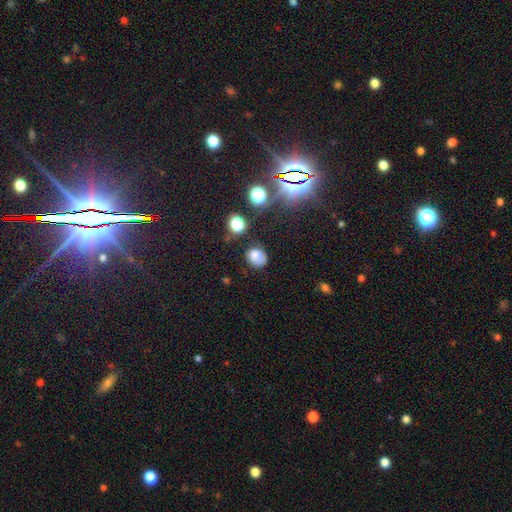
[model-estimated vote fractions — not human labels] A smooth galaxy with no disk features (74%) that is round (53%). Merging: none (61%).